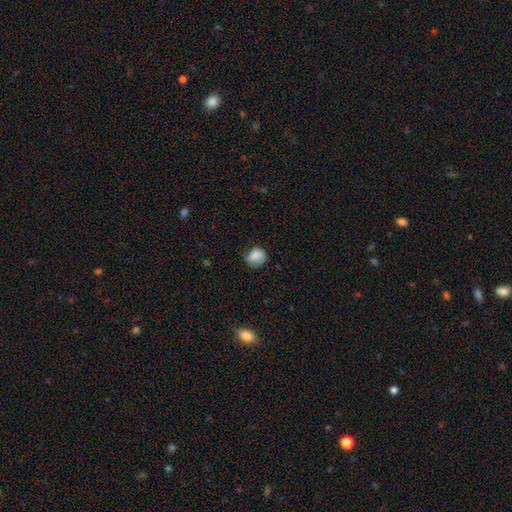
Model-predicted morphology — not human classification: A smooth galaxy with no disk features (80%) that is round (67%). Merging: none (58%).